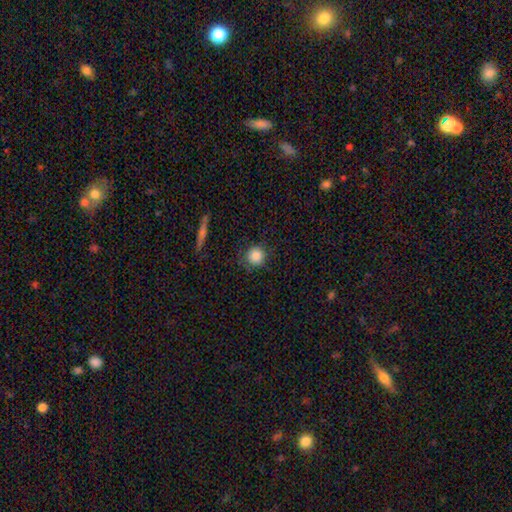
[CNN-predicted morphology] Smooth or featured?
  - smooth: 85% *
  - star or artifact: 10%
  - featured or disk: 6%
How rounded?
  - round: 92% *
  - in between: 6%
  - cigar-shaped: 1%
Merging?
  - none: 84% *
  - minor disturbance: 11%
  - major disturbance: 3%
  - merger: 2%